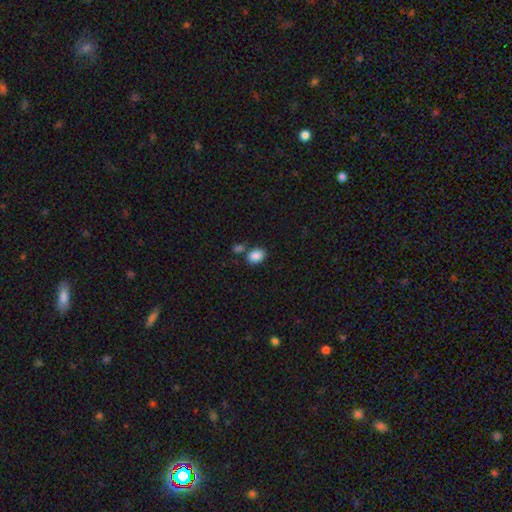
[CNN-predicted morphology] Q: Smooth or featured?
A: smooth (88%); runner-up: star or artifact (8%)
Q: How rounded?
A: in between (74%); runner-up: round (25%)
Q: Merging?
A: none (65%); runner-up: merger (20%)